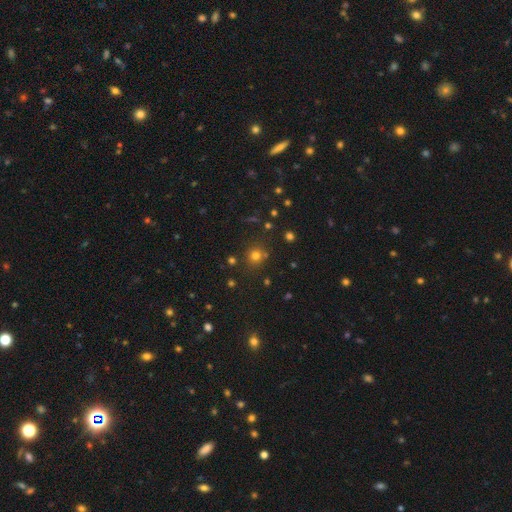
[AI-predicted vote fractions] Smooth or featured: smooth — 72% (star or artifact — 21%)
How rounded: round — 89% (in between — 10%)
Merging: none — 79% (minor disturbance — 10%)